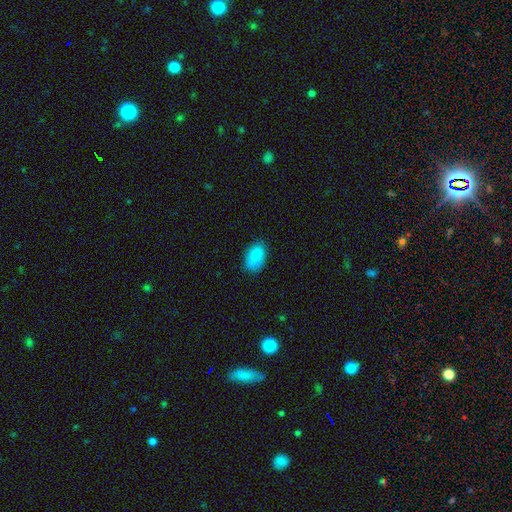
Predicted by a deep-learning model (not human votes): Morphology: type=smooth (85%); roundness=in between (90%); merging=none (74%).